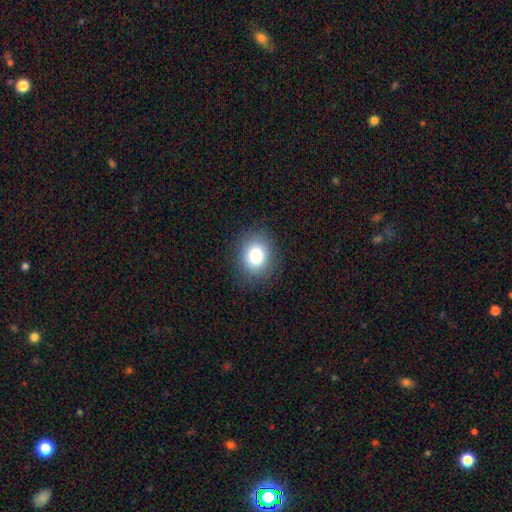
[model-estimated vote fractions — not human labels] smooth 84%, star or artifact 10%, featured or disk 6%. Down the decision tree: how rounded — round (52%); merging — none (86%).